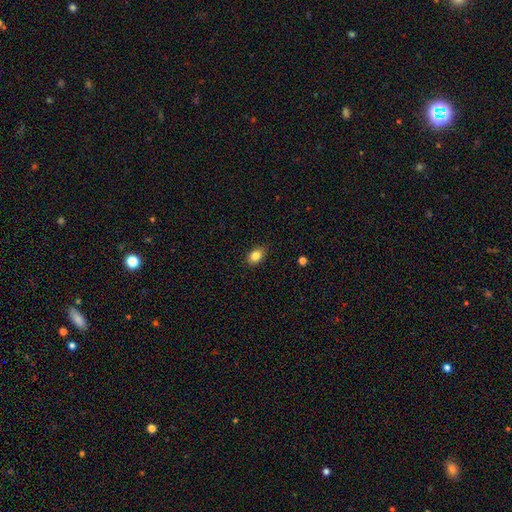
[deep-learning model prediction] Smooth or featured? smooth (83%)
How rounded? in between (75%)
Merging? none (84%)